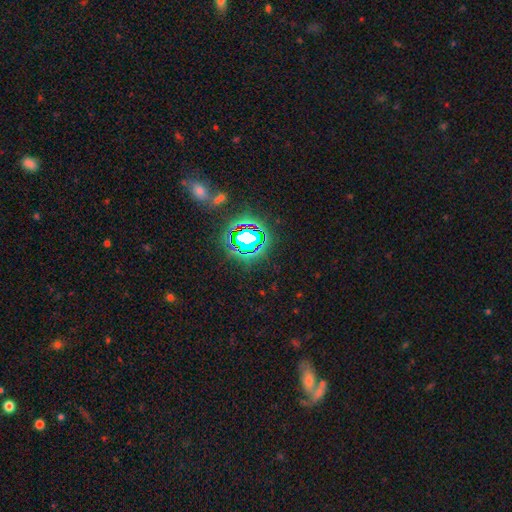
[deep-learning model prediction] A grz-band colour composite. It shows a star or artifact, not a galaxy (73%).